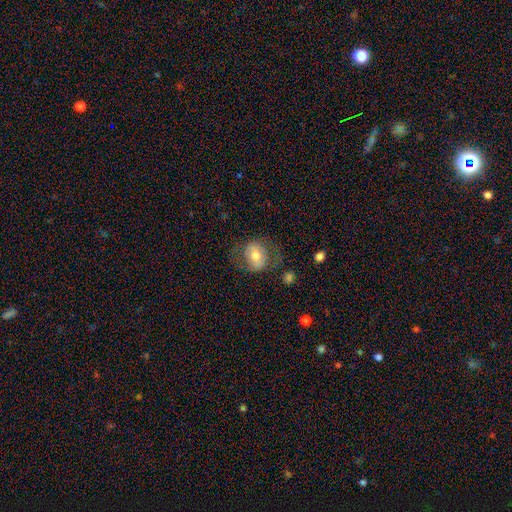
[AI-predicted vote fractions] Smooth or featured: smooth — 52% (featured or disk — 41%)
How rounded: round — 55% (in between — 44%)
Merging: none — 60% (minor disturbance — 20%)